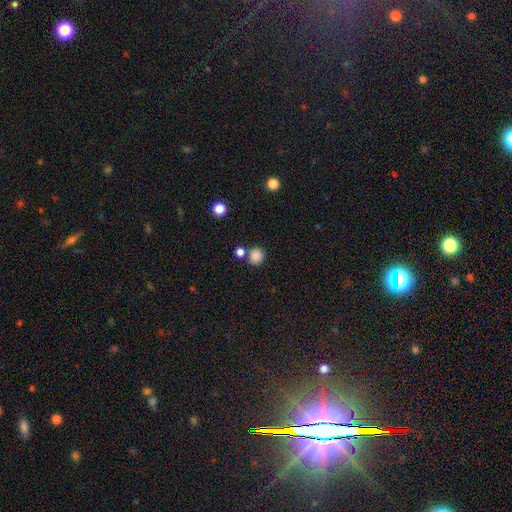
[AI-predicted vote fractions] smooth_or_featured: smooth (p=0.85) [alt: star or artifact p=0.11]
how_rounded: round (p=0.89) [alt: in between p=0.10]
merging: none (p=0.77) [alt: merger p=0.12]